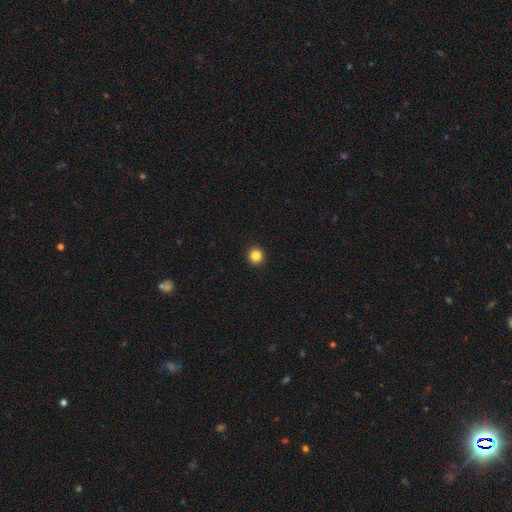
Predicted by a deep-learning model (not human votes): This appears to be a smooth galaxy with no disk features (85%) that is round (95%). Merging: none (94%).